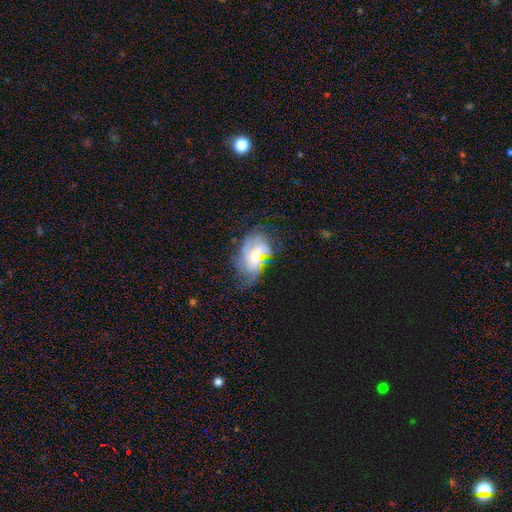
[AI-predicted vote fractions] Smooth or featured?
  - featured or disk: 71% *
  - smooth: 20%
  - star or artifact: 9%
Edge-on disk?
  - no: 96% *
  - yes: 4%
Bar?
  - no: 65% *
  - weak: 29%
  - strong: 6%
Spiral arms?
  - yes: 86% *
  - no: 14%
Spiral winding?
  - medium: 40% *
  - tight: 39%
  - loose: 21%
Spiral arm count?
  - can't tell: 37% *
  - 2: 22%
  - 3: 20%
  - 4: 10%
  - 1: 6%
  - more than 4: 6%
Bulge size?
  - moderate: 55% *
  - small: 30%
  - large: 9%
  - none: 4%
  - dominant: 2%
Merging?
  - none: 53% *
  - minor disturbance: 25%
  - major disturbance: 19%
  - merger: 3%